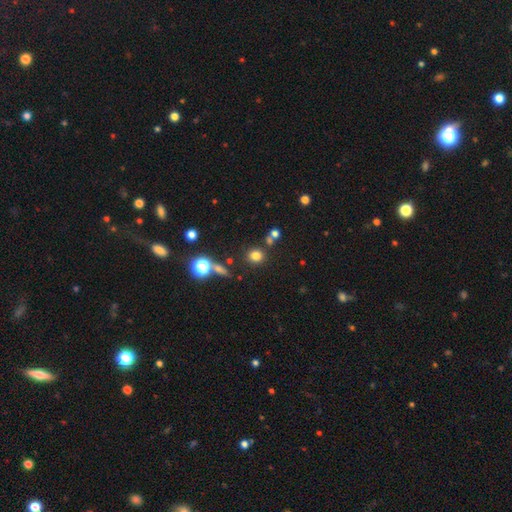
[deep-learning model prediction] Smooth or featured: smooth — 76% (star or artifact — 17%)
How rounded: round — 83% (in between — 16%)
Merging: none — 77% (merger — 10%)